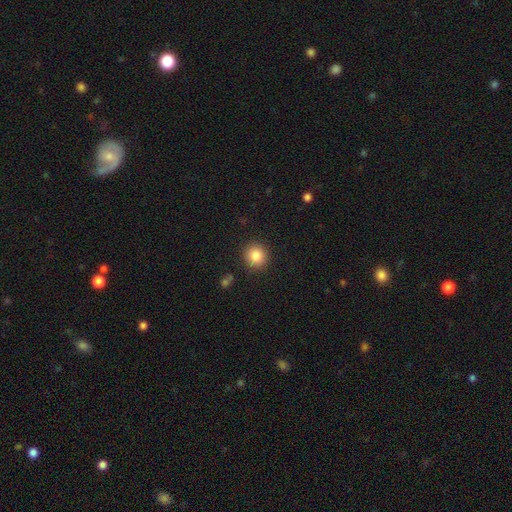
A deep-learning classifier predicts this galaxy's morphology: A smooth galaxy with no disk features (85%) that is round (89%).

Vote fractions:
- Smooth or featured? smooth: 85% / star or artifact: 10% / featured or disk: 5%
- How rounded? round: 89% / in between: 10% / cigar-shaped: 1%
- Merging? none: 89% / minor disturbance: 7% / major disturbance: 2% / merger: 1%